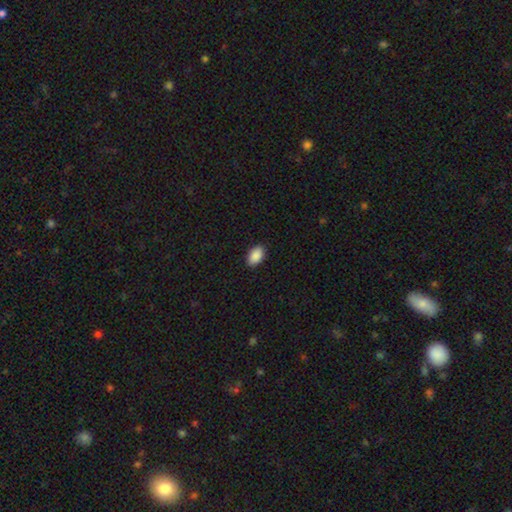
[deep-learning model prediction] smooth_or_featured: smooth (p=0.90) [alt: star or artifact p=0.07]
how_rounded: in between (p=0.93) [alt: round p=0.05]
merging: none (p=0.89) [alt: minor disturbance p=0.08]